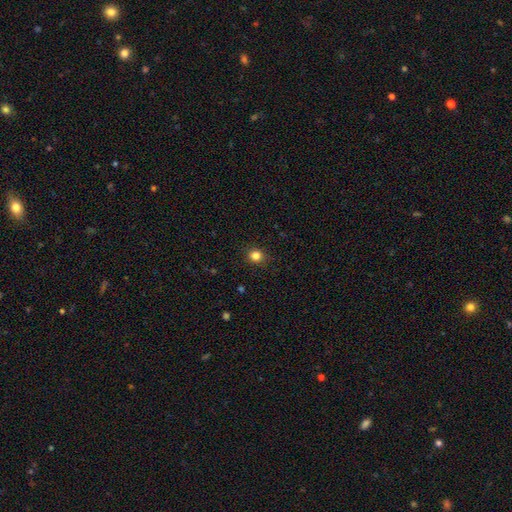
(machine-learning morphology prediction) Smooth or featured? Predicted: smooth (p=0.83). How rounded? Predicted: round (p=0.85). Merging? Predicted: none (p=0.90).